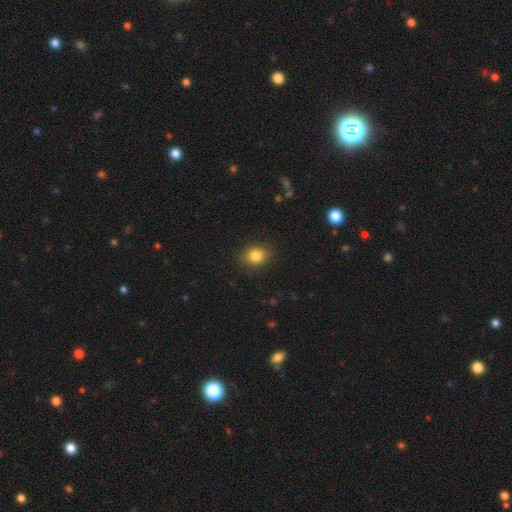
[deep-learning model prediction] This is clearly a smooth galaxy (83%). How rounded: possibly round (53%). Merging: clearly none (86%).